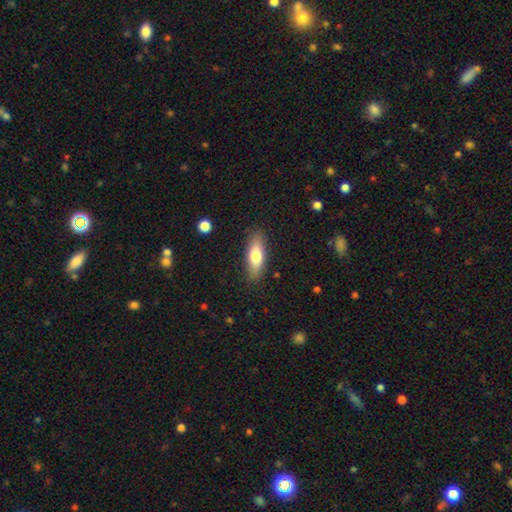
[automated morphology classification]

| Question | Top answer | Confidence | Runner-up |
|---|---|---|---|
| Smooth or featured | smooth | 72% | featured or disk (22%) |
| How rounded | in between | 58% | cigar-shaped (39%) |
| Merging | none | 86% | minor disturbance (10%) |